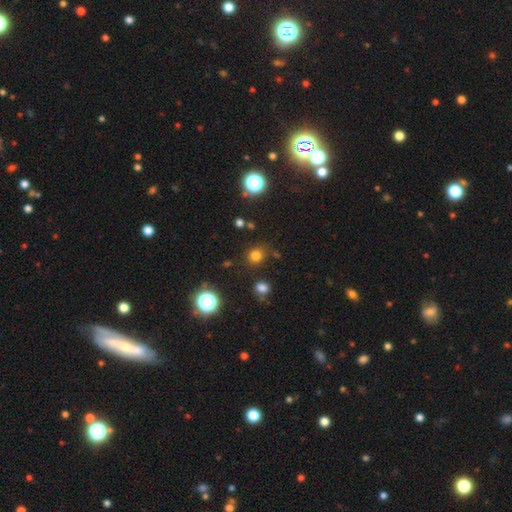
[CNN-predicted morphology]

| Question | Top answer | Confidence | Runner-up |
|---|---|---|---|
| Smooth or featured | smooth | 75% | star or artifact (20%) |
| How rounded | round | 88% | in between (11%) |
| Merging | none | 82% | minor disturbance (10%) |